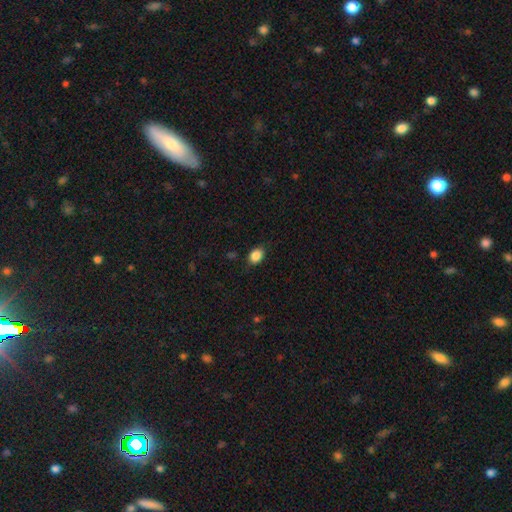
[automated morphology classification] type=smooth (86%); roundness=in between (66%); merging=none (82%).